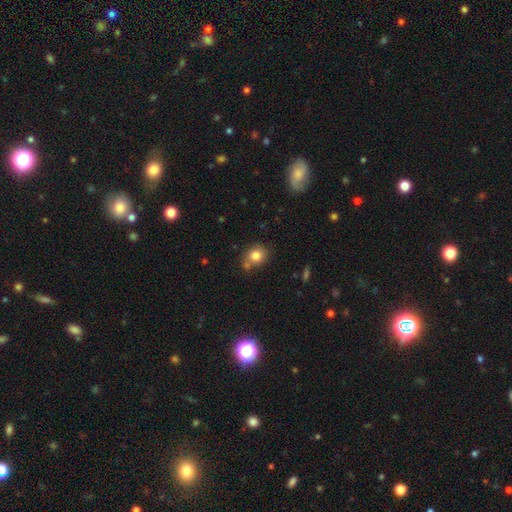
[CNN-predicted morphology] Smooth or featured? smooth (82%)
How rounded? round (68%)
Merging? none (63%)